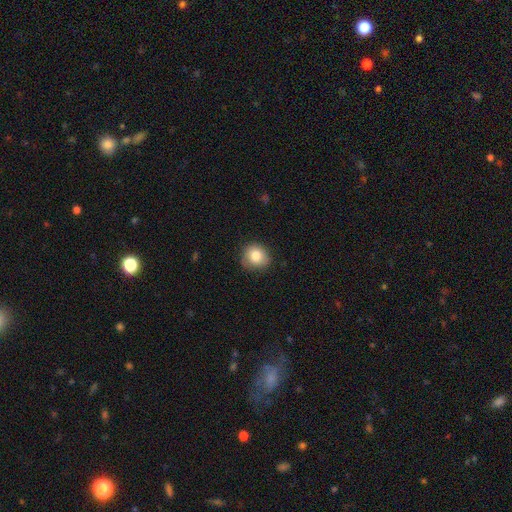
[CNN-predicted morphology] smooth 82%, star or artifact 9%, featured or disk 9%. Down the decision tree: how rounded — round (79%); merging — none (81%).